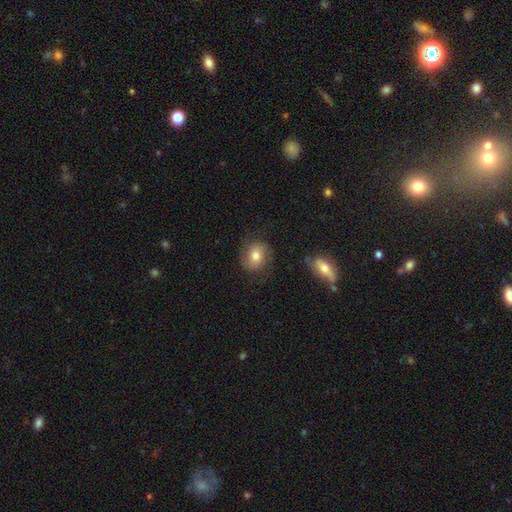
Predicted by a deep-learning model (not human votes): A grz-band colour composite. It shows a smooth galaxy with no disk features (57%) that is round (63%). Merging: none (75%).